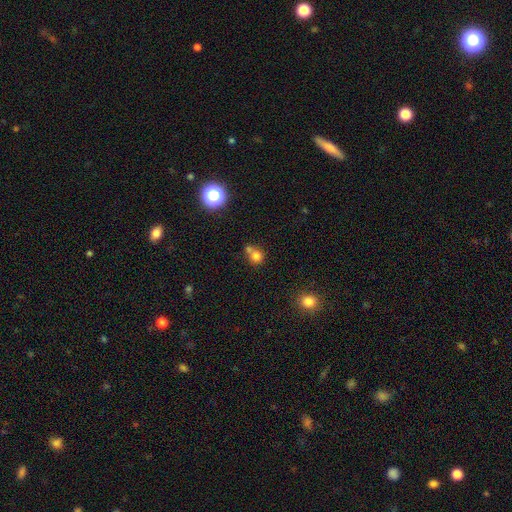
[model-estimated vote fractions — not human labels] Smooth or featured? smooth (76%)
How rounded? round (81%)
Merging? none (43%, tied with merger)